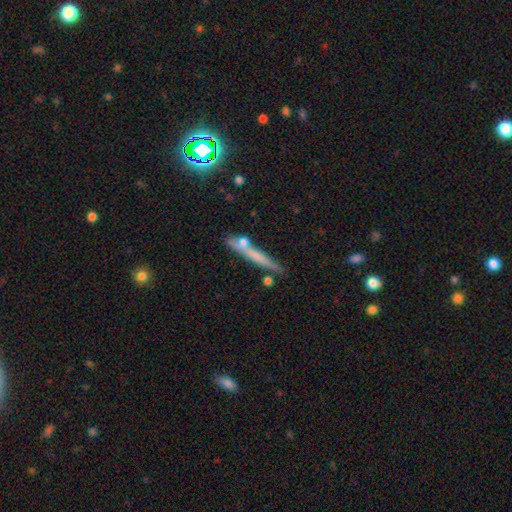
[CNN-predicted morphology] The model was most divided on "smooth or featured": smooth: 55%, featured or disk: 37%, star or artifact: 8%. More confident: how rounded — cigar-shaped (93%); merging — none (66%).